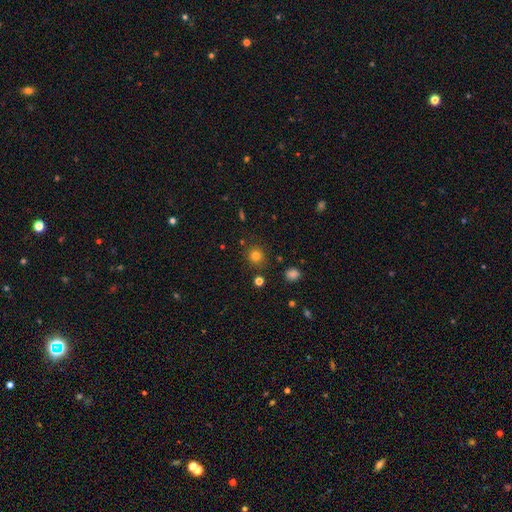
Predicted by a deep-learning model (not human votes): smooth 79%, star or artifact 15%, featured or disk 6%. Down the decision tree: how rounded — round (90%); merging — none (86%).